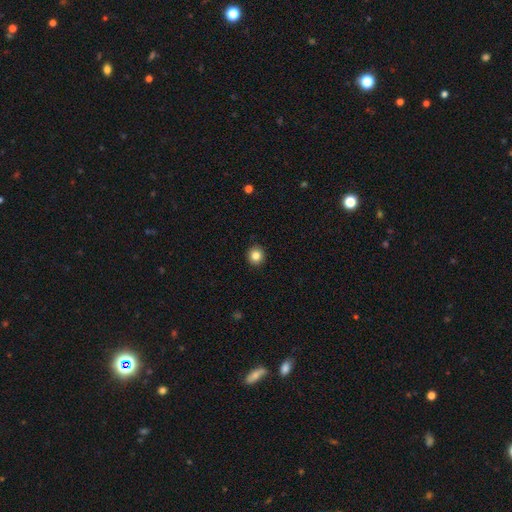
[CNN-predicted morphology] Q: Smooth or featured?
A: smooth (85%); runner-up: star or artifact (10%)
Q: How rounded?
A: round (91%); runner-up: in between (8%)
Q: Merging?
A: none (93%); runner-up: minor disturbance (5%)